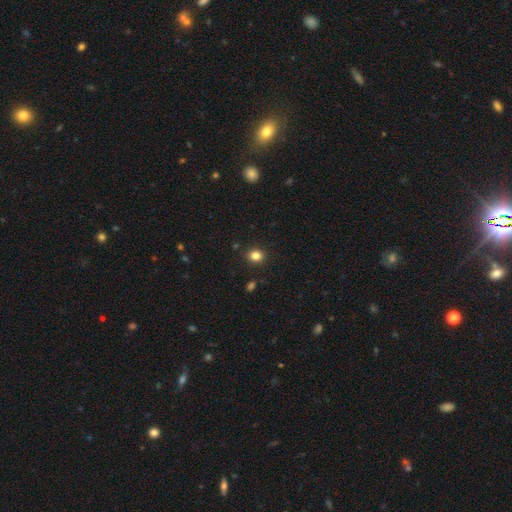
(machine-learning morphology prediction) smooth 83%, star or artifact 12%, featured or disk 5%. Down the decision tree: how rounded — round (67%); merging — none (90%).